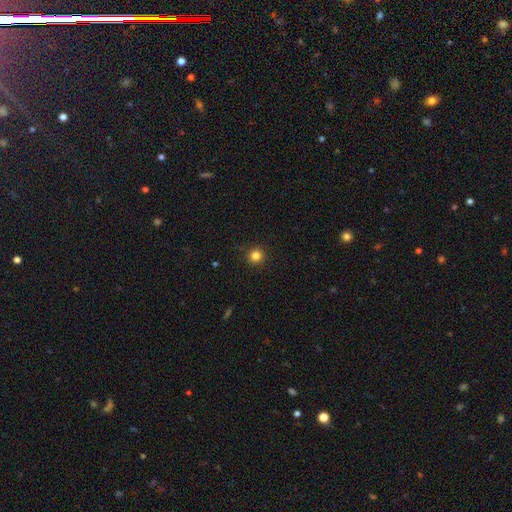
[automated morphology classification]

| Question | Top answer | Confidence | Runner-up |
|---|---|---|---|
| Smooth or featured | smooth | 83% | star or artifact (13%) |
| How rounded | round | 95% | in between (4%) |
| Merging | none | 92% | minor disturbance (6%) |